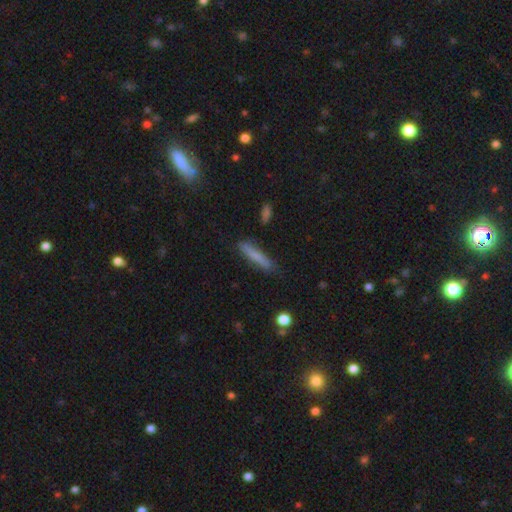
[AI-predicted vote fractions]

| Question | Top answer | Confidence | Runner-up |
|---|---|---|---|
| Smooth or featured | smooth | 75% | featured or disk (17%) |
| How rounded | cigar-shaped | 90% | in between (9%) |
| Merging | none | 81% | minor disturbance (14%) |